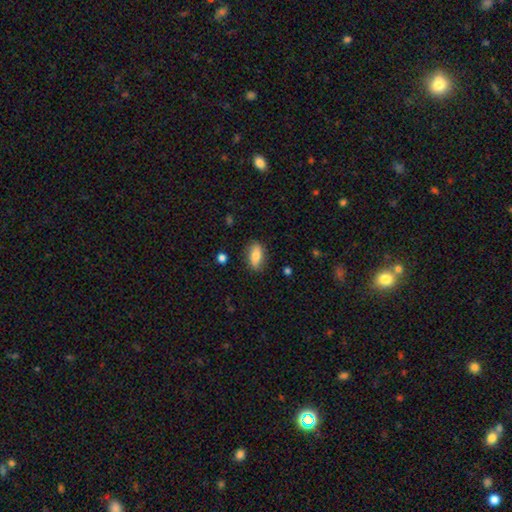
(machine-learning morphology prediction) Smooth or featured? Predicted: smooth (p=0.74). How rounded? Predicted: in between (p=0.82). Merging? Predicted: none (p=0.84).